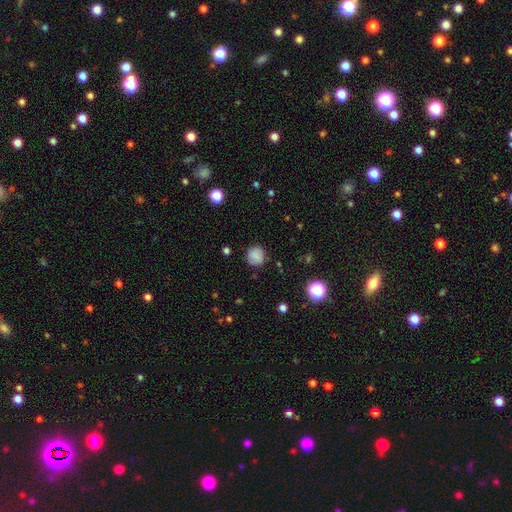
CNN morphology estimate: This is clearly a smooth galaxy (82%). How rounded: clearly round (89%). Merging: clearly none (83%).